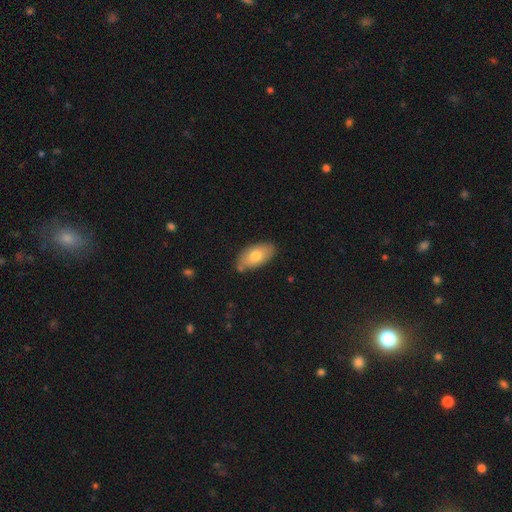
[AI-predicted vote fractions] A smooth galaxy with no disk features (75%) that is in between round and cigar-shaped (93%).

Vote fractions:
- Smooth or featured? smooth: 75% / featured or disk: 18% / star or artifact: 6%
- How rounded? in between: 93% / round: 4% / cigar-shaped: 3%
- Merging? none: 76% / minor disturbance: 17% / merger: 5% / major disturbance: 3%